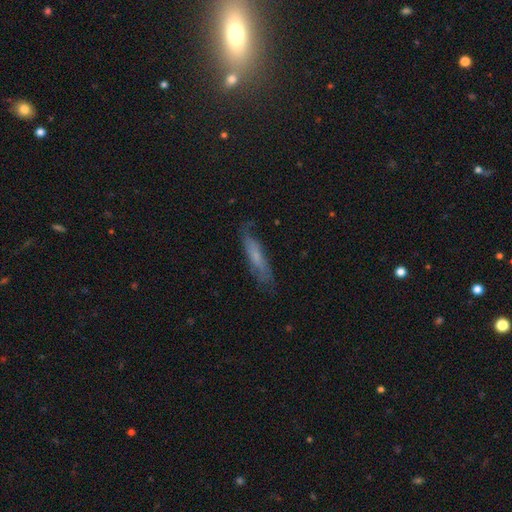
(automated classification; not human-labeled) This appears to be a smooth galaxy with no disk features (55%) that is cigar-shaped (83%). Merging: none (72%).